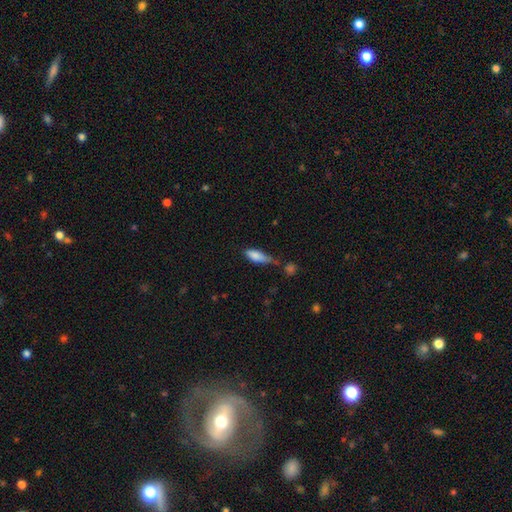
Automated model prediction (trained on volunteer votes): smooth-or-featured: smooth: 83% | featured or disk: 10% | star or artifact: 7%
  how-rounded: in between: 69% | cigar-shaped: 29% | round: 2%
  merging: none: 41% | minor disturbance: 37% | major disturbance: 12% | merger: 10%